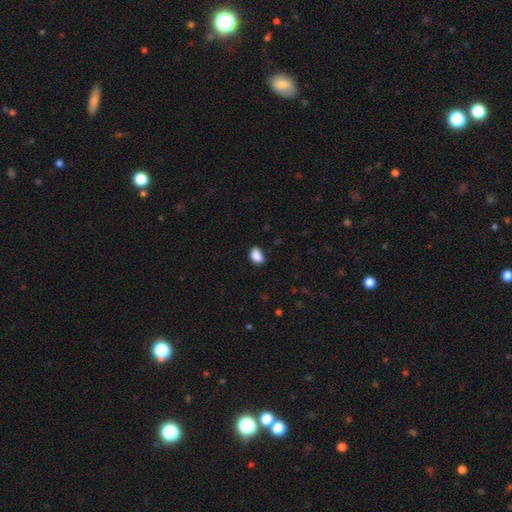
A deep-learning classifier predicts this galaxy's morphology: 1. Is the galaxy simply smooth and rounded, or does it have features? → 88% smooth, 8% star or artifact, 4% featured or disk.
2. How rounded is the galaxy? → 85% in between, 14% round, 1% cigar-shaped.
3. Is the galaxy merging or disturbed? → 75% none, 20% minor disturbance, 3% major disturbance, 2% merger.